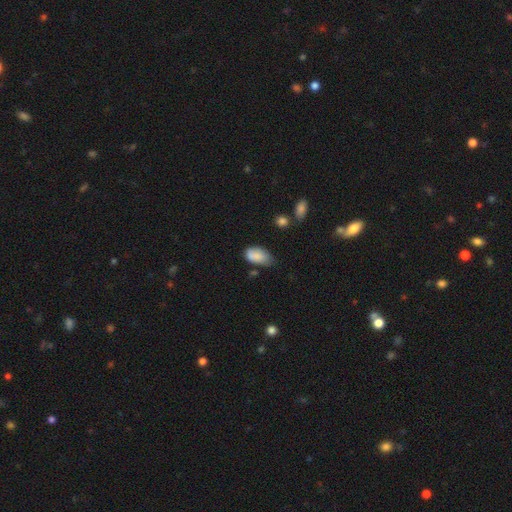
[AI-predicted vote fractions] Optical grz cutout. It shows a smooth galaxy with no disk features (84%) that is in between round and cigar-shaped (93%). Merging: none (47%).